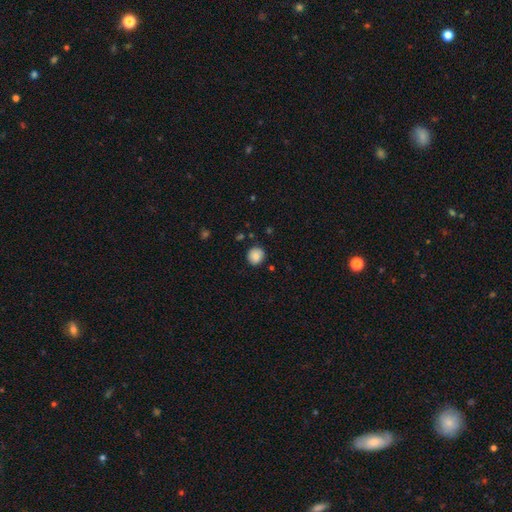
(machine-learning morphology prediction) This is clearly a smooth galaxy (85%). How rounded: clearly round (89%). Merging: clearly none (86%).